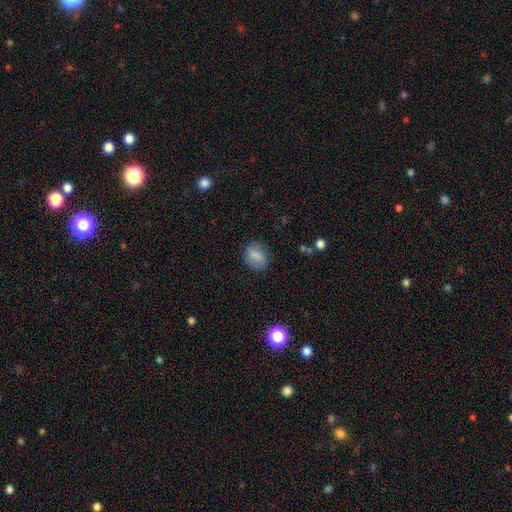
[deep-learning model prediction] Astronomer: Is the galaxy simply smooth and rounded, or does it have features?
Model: smooth — 81%.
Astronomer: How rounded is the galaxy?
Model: in between — 50% (runner-up: round, 48%).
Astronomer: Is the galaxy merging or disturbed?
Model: none — 79%.